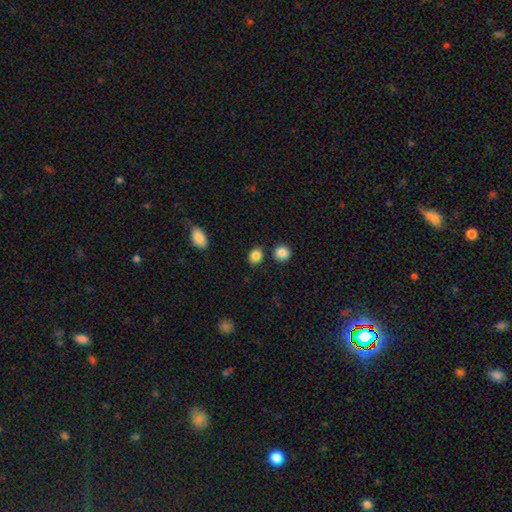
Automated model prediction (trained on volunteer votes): Smooth or featured?
  - smooth: 86% *
  - star or artifact: 10%
  - featured or disk: 5%
How rounded?
  - round: 52% *
  - in between: 47%
  - cigar-shaped: 1%
Merging?
  - none: 77% *
  - minor disturbance: 12%
  - merger: 8%
  - major disturbance: 3%